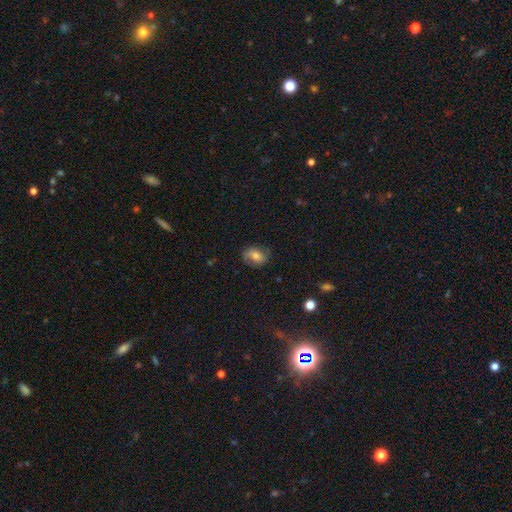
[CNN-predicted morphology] Q: Smooth or featured?
A: smooth (56%); runner-up: featured or disk (35%)
Q: How rounded?
A: in between (63%); runner-up: round (36%)
Q: Merging?
A: none (71%); runner-up: minor disturbance (20%)